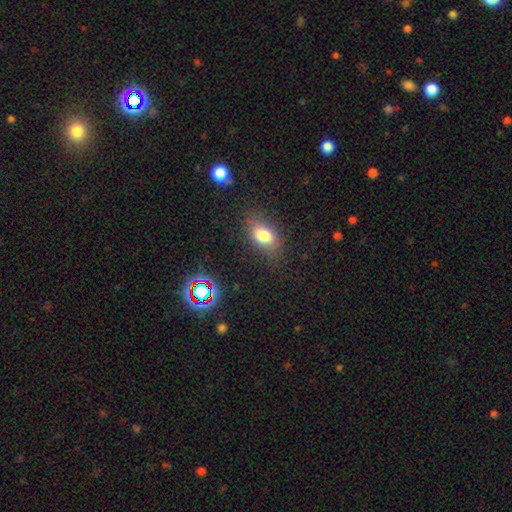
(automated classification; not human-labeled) smooth-or-featured: smooth: 61% | star or artifact: 27% | featured or disk: 12%
  how-rounded: in between: 74% | round: 22% | cigar-shaped: 4%
  merging: none: 86% | minor disturbance: 9% | major disturbance: 3% | merger: 2%